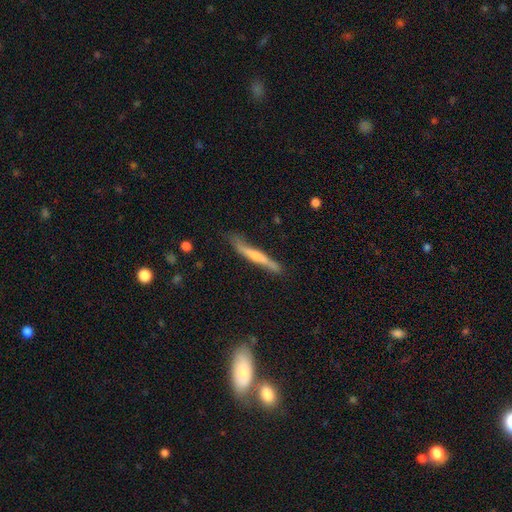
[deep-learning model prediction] Overall: featured or disk (54%; smooth 40%). Edge-on disk: yes (87%). Merging: none (70%).